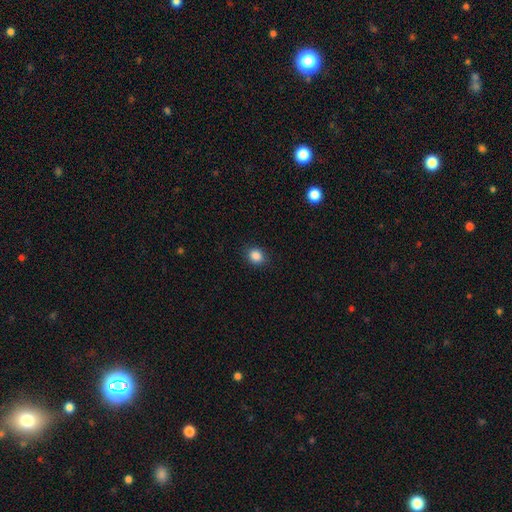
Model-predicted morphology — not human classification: Q: Smooth or featured?
A: smooth (87%); runner-up: star or artifact (10%)
Q: How rounded?
A: round (71%); runner-up: in between (28%)
Q: Merging?
A: none (88%); runner-up: minor disturbance (9%)